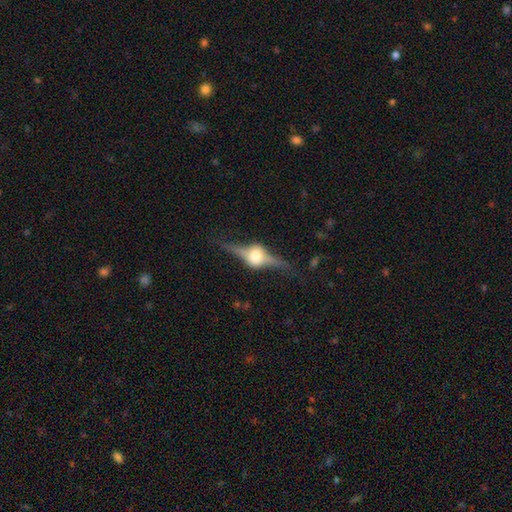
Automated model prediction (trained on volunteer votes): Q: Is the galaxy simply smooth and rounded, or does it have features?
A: featured or disk — 85%.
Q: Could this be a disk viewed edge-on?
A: yes — 96%.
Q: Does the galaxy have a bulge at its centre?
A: rounded — 92%.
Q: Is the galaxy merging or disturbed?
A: none — 79%.